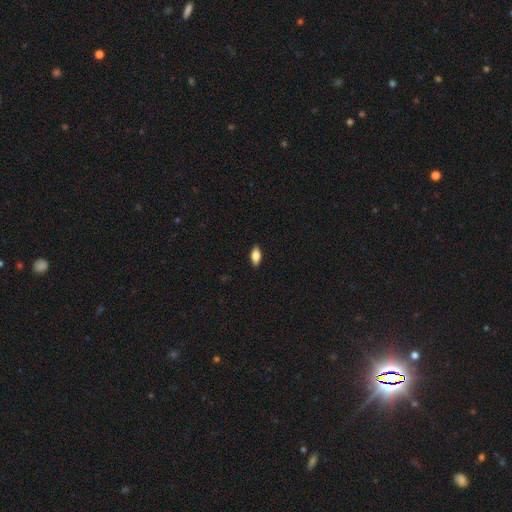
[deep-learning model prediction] Morphology: type=smooth (77%); roundness=in between (86%); merging=none (89%).